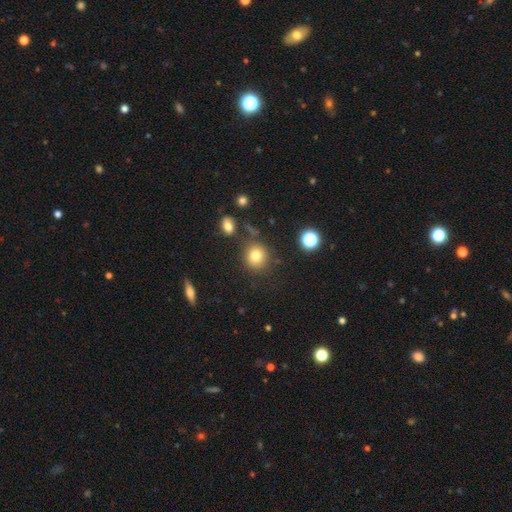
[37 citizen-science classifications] smooth_or_featured: smooth (p=0.86) [alt: star or artifact p=0.08]
how_rounded: round (p=0.84) [alt: in between p=0.12]
merging: none (p=0.71) [alt: minor disturbance p=0.15]